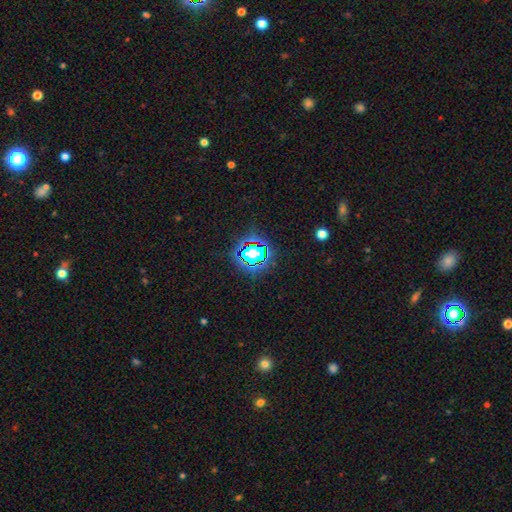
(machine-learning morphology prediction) Smooth or featured? star or artifact (61%)